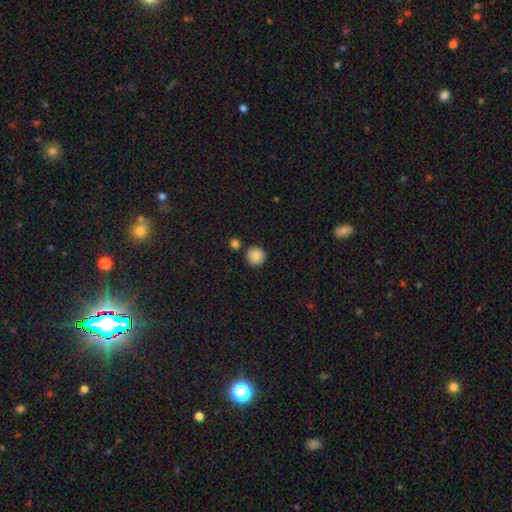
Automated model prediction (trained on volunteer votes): smooth 87%, star or artifact 9%, featured or disk 5%. Down the decision tree: how rounded — round (94%); merging — none (83%).